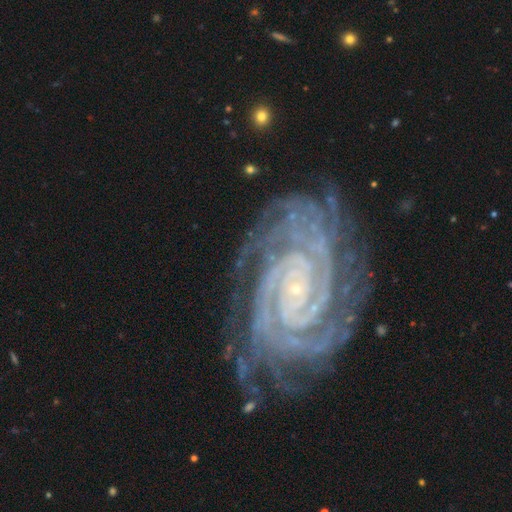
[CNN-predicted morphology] smooth-or-featured: featured or disk: 93% | star or artifact: 5% | smooth: 3%
  disk-edge-on: no: 98% | yes: 2%
    bar: no: 70% | weak: 18% | strong: 12%
    has-spiral-arms: yes: 99% | no: 1%
      spiral-winding: tight: 87% | medium: 11% | loose: 2%
      spiral-arm-count: 2: 30% | 4: 17% | 3: 16% | more than 4: 15% | can't tell: 14% | 1: 9%
    bulge-size: small: 90% | moderate: 6% | none: 2% | large: 1% | dominant: 1%
  merging: none: 74% | minor disturbance: 17% | major disturbance: 6% | merger: 3%